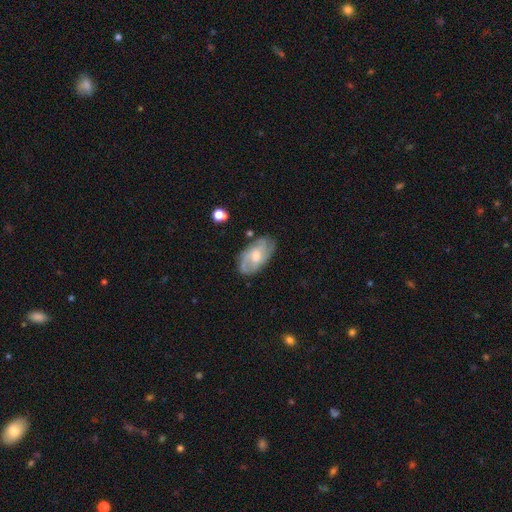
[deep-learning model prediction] smooth-or-featured: featured or disk: 63% | smooth: 30% | star or artifact: 6%
  disk-edge-on: no: 93% | yes: 7%
    bar: no: 57% | weak: 37% | strong: 6%
    has-spiral-arms: yes: 81% | no: 19%
    bulge-size: moderate: 63% | small: 28% | large: 6% | none: 2% | dominant: 1%
  merging: none: 72% | minor disturbance: 20% | major disturbance: 6% | merger: 2%